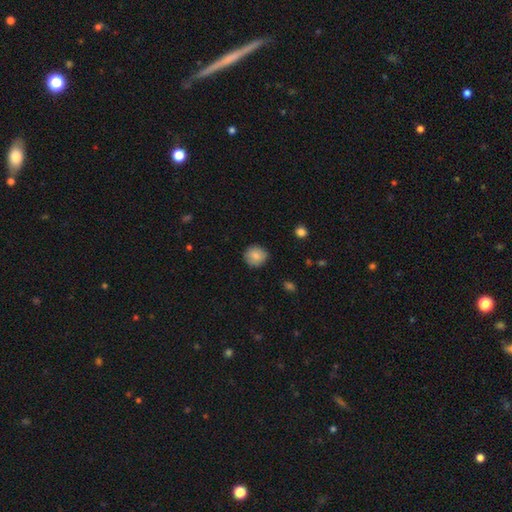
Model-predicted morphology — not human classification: Smooth or featured? smooth (84%)
How rounded? round (88%)
Merging? none (86%)